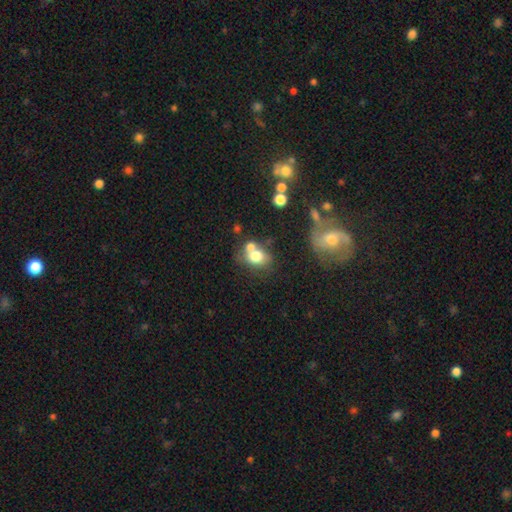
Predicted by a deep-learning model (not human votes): Smooth or featured?
  - smooth: 73% *
  - featured or disk: 17%
  - star or artifact: 10%
How rounded?
  - in between: 51% *
  - round: 48%
  - cigar-shaped: 1%
Merging?
  - merger: 44% *
  - none: 35%
  - minor disturbance: 13%
  - major disturbance: 7%